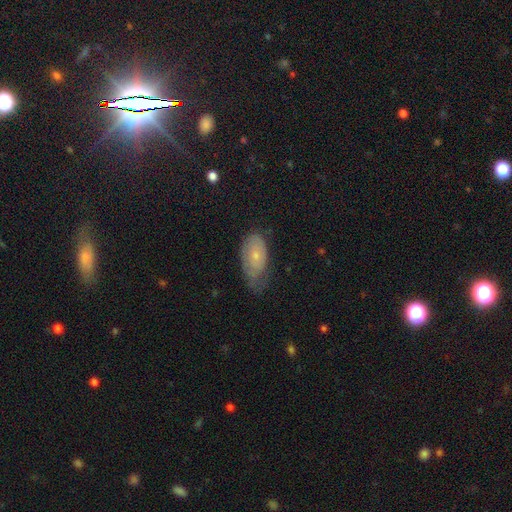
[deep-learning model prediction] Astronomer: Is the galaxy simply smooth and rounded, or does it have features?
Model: smooth — 57% (runner-up: featured or disk, 35%).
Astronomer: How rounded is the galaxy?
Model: in between — 92%.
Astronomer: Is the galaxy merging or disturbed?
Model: none — 40%, tied with minor disturbance at 40%.